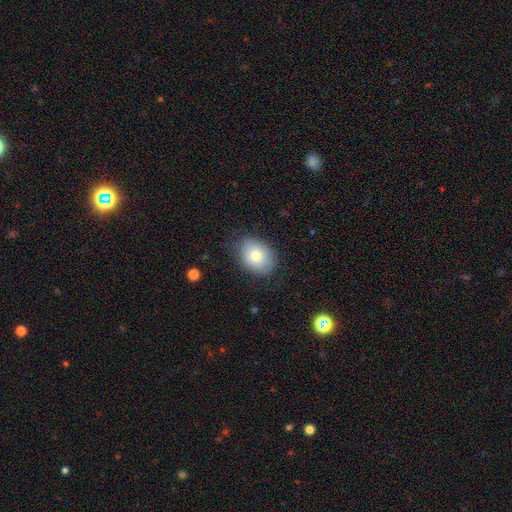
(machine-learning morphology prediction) smooth_or_featured: smooth (p=0.76) [alt: featured or disk p=0.16]
how_rounded: in between (p=0.65) [alt: round p=0.34]
merging: none (p=0.79) [alt: minor disturbance p=0.16]